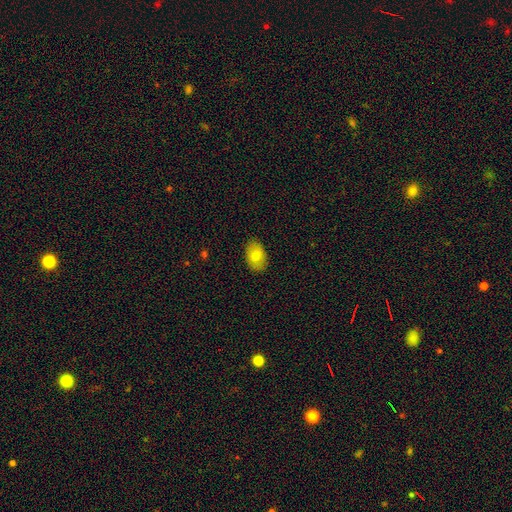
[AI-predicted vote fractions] A smooth galaxy with no disk features (77%) that is in between round and cigar-shaped (86%). Merging: none (88%).